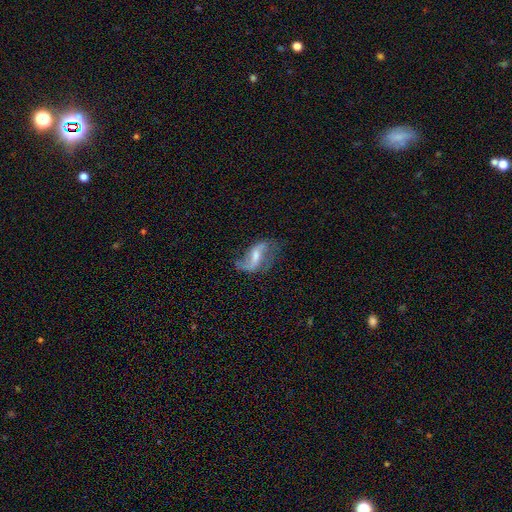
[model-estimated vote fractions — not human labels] Q: Smooth or featured?
A: featured or disk (81%); runner-up: smooth (12%)
Q: Edge-on disk?
A: no (95%); runner-up: yes (5%)
Q: Bar?
A: weak (45%); runner-up: strong (33%)
Q: Spiral arms?
A: yes (91%); runner-up: no (9%)
Q: Spiral winding?
A: loose (75%); runner-up: medium (20%)
Q: Spiral arm count?
A: 2 (85%); runner-up: 1 (8%)
Q: Bulge size?
A: moderate (42%); runner-up: small (41%)
Q: Merging?
A: none (59%); runner-up: minor disturbance (22%)